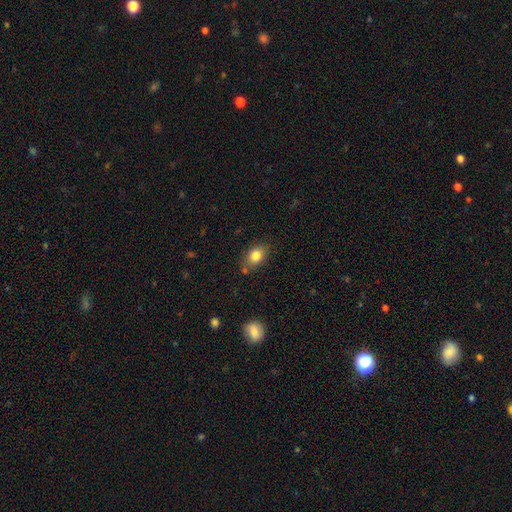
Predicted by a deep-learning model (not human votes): A smooth galaxy with no disk features (83%) that is in between round and cigar-shaped (72%).

Vote fractions:
- Smooth or featured? smooth: 83% / star or artifact: 9% / featured or disk: 8%
- How rounded? in between: 72% / round: 26% / cigar-shaped: 2%
- Merging? none: 74% / minor disturbance: 16% / merger: 7% / major disturbance: 4%